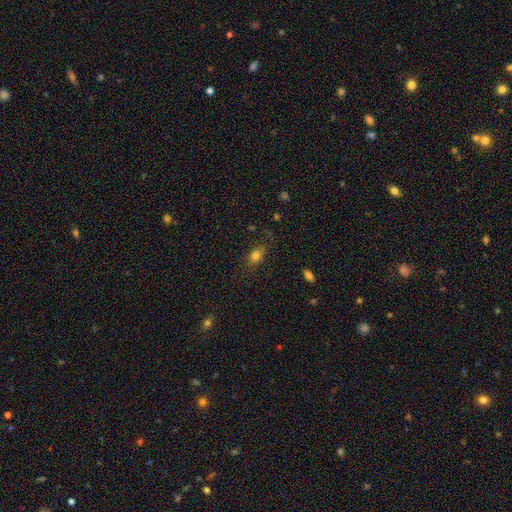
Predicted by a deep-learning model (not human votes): Overall: smooth (78%). How rounded: in between (75%). Merging: none (75%).